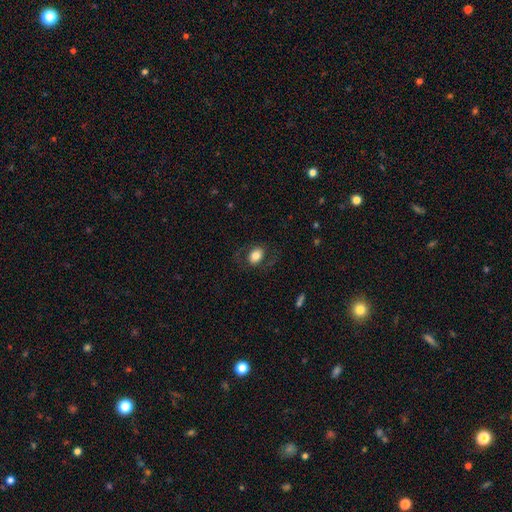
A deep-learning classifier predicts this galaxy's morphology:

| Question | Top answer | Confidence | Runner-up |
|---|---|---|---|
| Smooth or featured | smooth | 71% | featured or disk (22%) |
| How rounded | in between | 71% | round (28%) |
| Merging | none | 74% | minor disturbance (13%) |